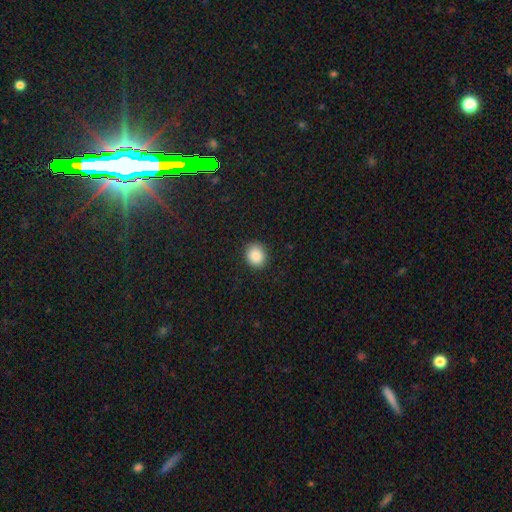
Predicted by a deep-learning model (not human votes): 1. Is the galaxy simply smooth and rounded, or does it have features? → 88% smooth, 9% star or artifact, 4% featured or disk.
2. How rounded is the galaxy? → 78% round, 21% in between, 1% cigar-shaped.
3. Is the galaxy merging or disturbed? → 90% none, 7% minor disturbance, 2% major disturbance, 1% merger.